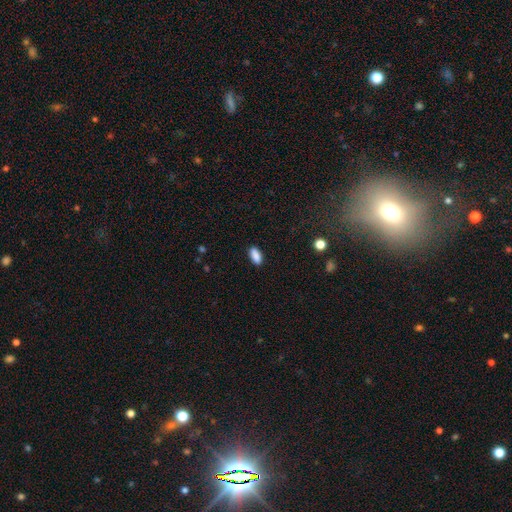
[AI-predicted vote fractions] smooth_or_featured: smooth (p=0.89) [alt: star or artifact p=0.08]
how_rounded: in between (p=0.88) [alt: cigar-shaped p=0.10]
merging: none (p=0.89) [alt: minor disturbance p=0.08]